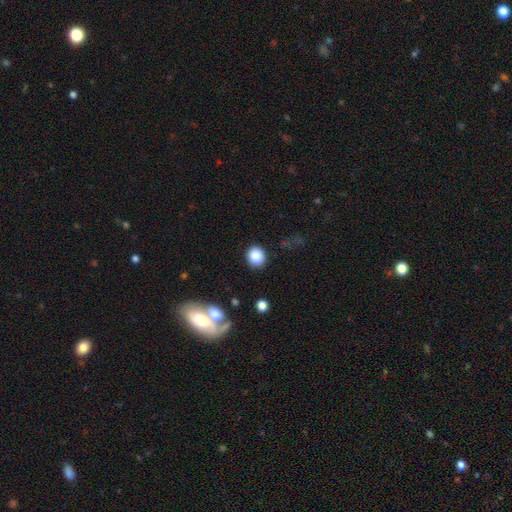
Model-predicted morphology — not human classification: smooth 86%, star or artifact 9%, featured or disk 5%. Down the decision tree: how rounded — round (76%); merging — none (85%).